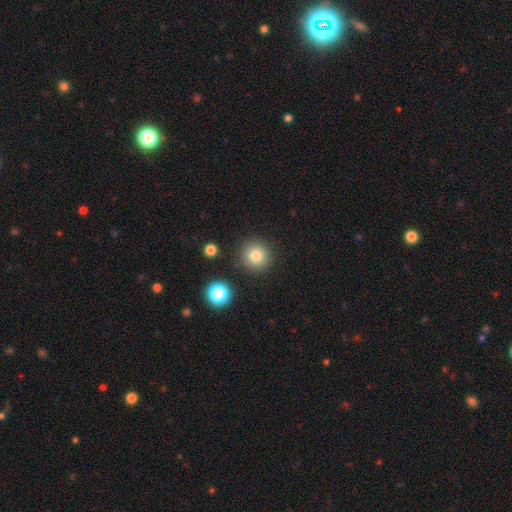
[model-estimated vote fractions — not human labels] Smooth or featured? smooth (78%)
How rounded? round (95%)
Merging? none (88%)